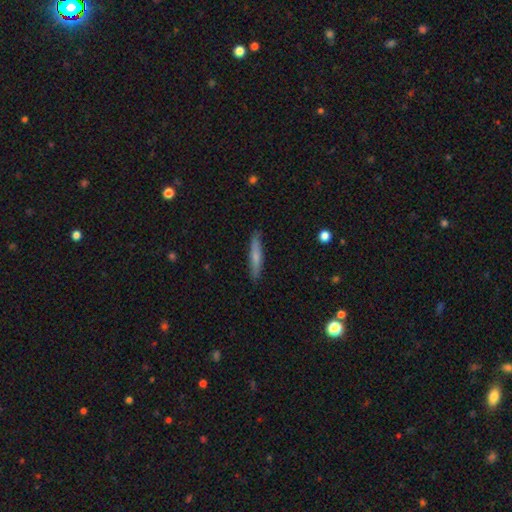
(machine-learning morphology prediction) Smooth or featured? smooth (63%)
How rounded? cigar-shaped (92%)
Merging? none (87%)